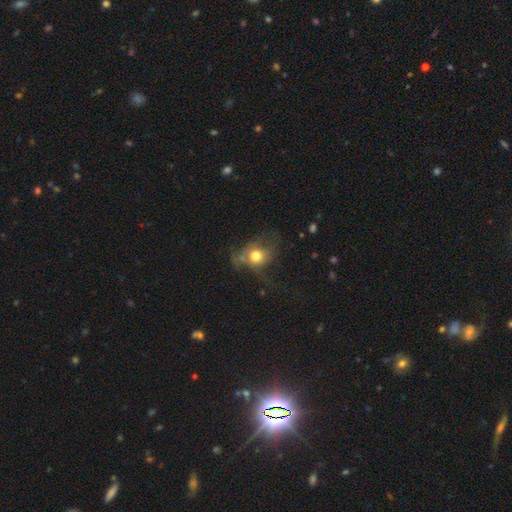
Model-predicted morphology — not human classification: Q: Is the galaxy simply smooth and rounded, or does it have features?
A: smooth — 63%.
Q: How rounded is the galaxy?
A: round — 60%.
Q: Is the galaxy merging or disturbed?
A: major disturbance — 39%.